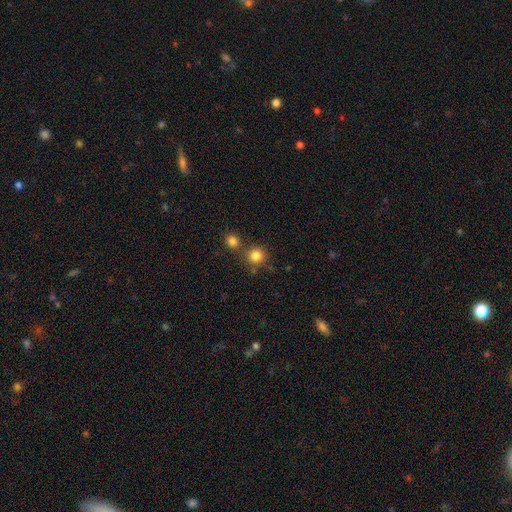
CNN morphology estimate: smooth 82%, star or artifact 12%, featured or disk 6%. Down the decision tree: how rounded — round (91%); merging — none (68%).